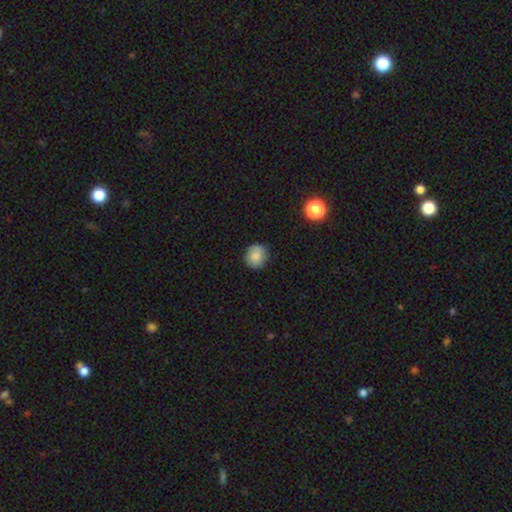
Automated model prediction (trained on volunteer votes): smooth_or_featured: smooth (p=0.83) [alt: star or artifact p=0.09]
how_rounded: round (p=0.83) [alt: in between p=0.16]
merging: none (p=0.83) [alt: minor disturbance p=0.13]